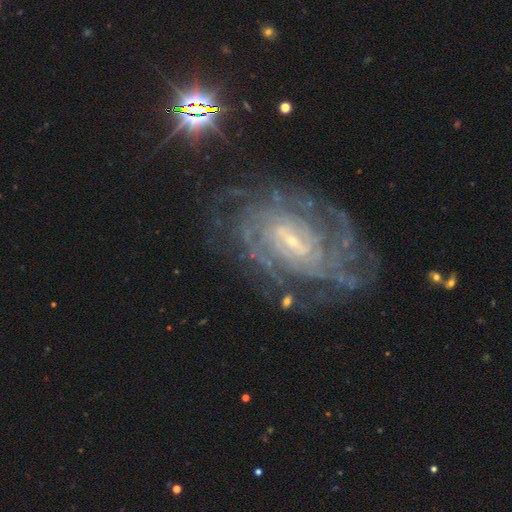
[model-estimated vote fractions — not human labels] smooth-or-featured: featured or disk: 85% | star or artifact: 9% | smooth: 7%
  disk-edge-on: no: 96% | yes: 4%
    bar: weak: 47% | no: 32% | strong: 21%
    has-spiral-arms: yes: 95% | no: 5%
      spiral-winding: tight: 72% | medium: 22% | loose: 5%
      spiral-arm-count: can't tell: 41% | 4: 15% | 2: 13% | more than 4: 13% | 3: 11% | 1: 7%
    bulge-size: small: 76% | moderate: 17% | none: 5% | large: 2% | dominant: 1%
  merging: none: 75% | minor disturbance: 15% | major disturbance: 8% | merger: 2%